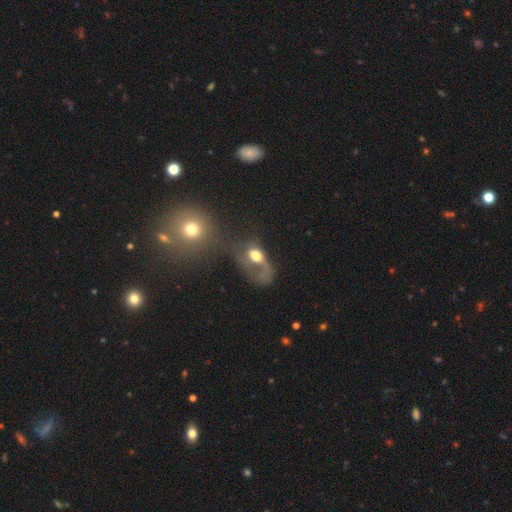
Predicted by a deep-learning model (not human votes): Q: Smooth or featured?
A: smooth (47%); runner-up: featured or disk (41%)
Q: Merging?
A: major disturbance (48%); runner-up: merger (28%)